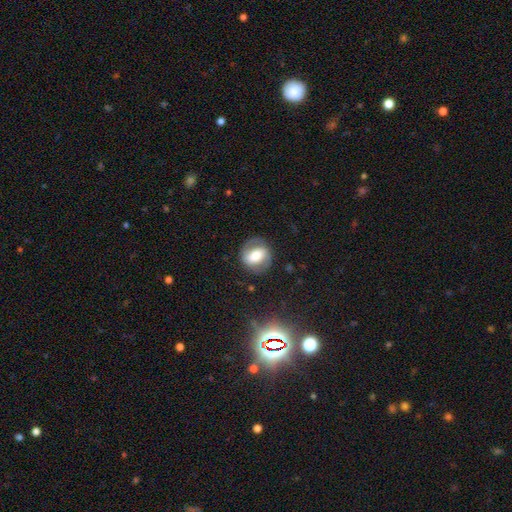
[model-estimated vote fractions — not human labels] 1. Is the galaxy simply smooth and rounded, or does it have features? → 49% featured or disk, 43% smooth, 8% star or artifact.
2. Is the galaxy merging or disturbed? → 79% none, 13% minor disturbance, 7% major disturbance, 1% merger.